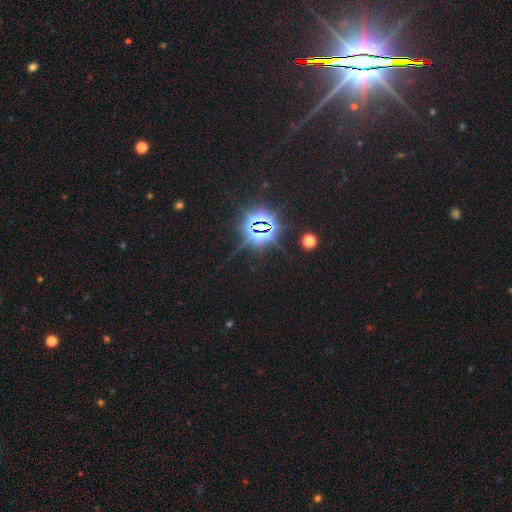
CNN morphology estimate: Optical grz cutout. It shows a star or artifact, not a galaxy (84%).